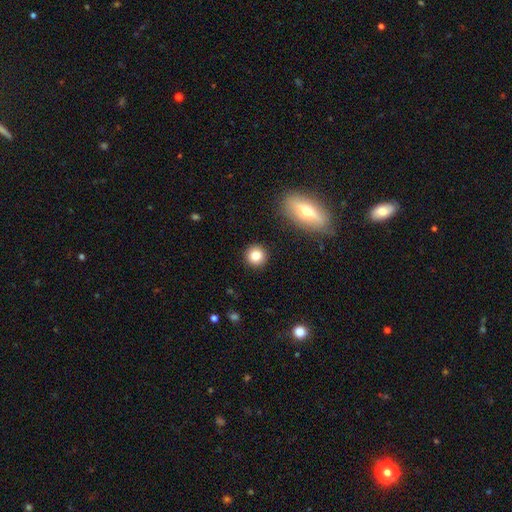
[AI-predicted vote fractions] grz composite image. It shows a smooth galaxy with no disk features (82%) that is round (93%). Merging: none (91%).